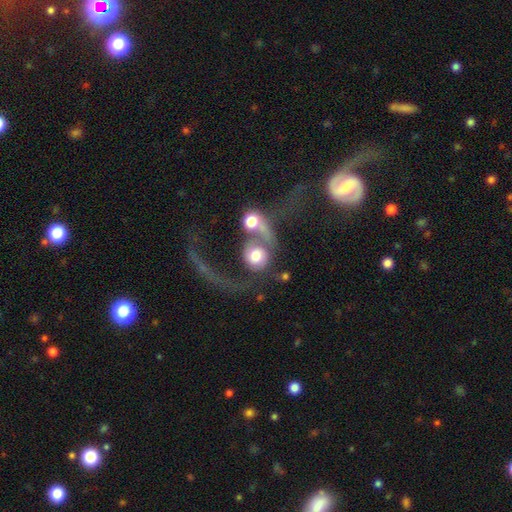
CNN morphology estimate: Smooth or featured?
  - smooth: 50% *
  - featured or disk: 40%
  - star or artifact: 10%
How rounded?
  - round: 76% *
  - in between: 22%
  - cigar-shaped: 2%
Merging?
  - merger: 65% *
  - major disturbance: 21%
  - none: 10%
  - minor disturbance: 5%